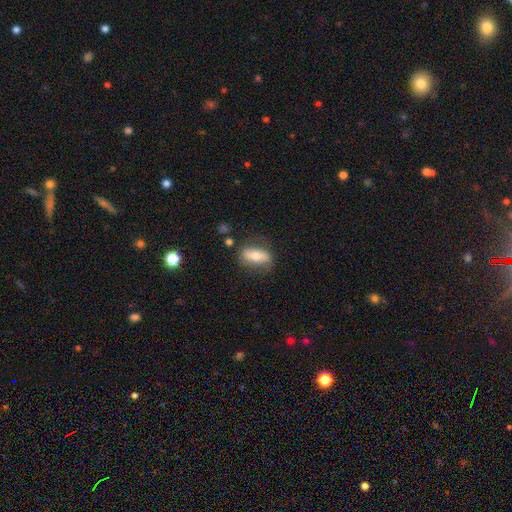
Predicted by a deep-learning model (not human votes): The model was most divided on "smooth or featured": smooth: 54%, featured or disk: 39%, star or artifact: 7%. More confident: how rounded — in between (75%); merging — none (73%).